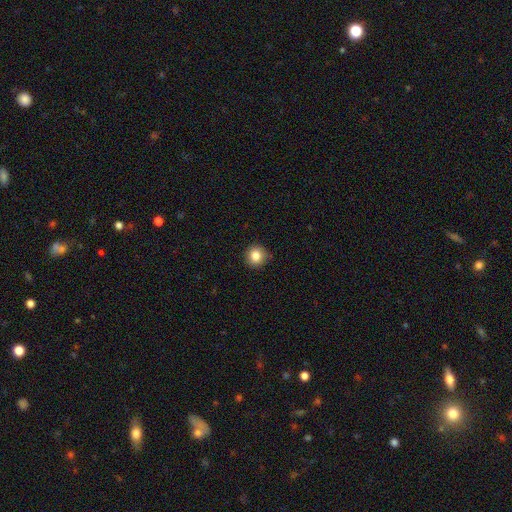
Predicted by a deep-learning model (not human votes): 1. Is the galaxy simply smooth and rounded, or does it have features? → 84% smooth, 10% star or artifact, 6% featured or disk.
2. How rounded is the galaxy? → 92% round, 7% in between, 1% cigar-shaped.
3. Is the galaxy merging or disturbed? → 90% none, 7% minor disturbance, 2% major disturbance, 1% merger.